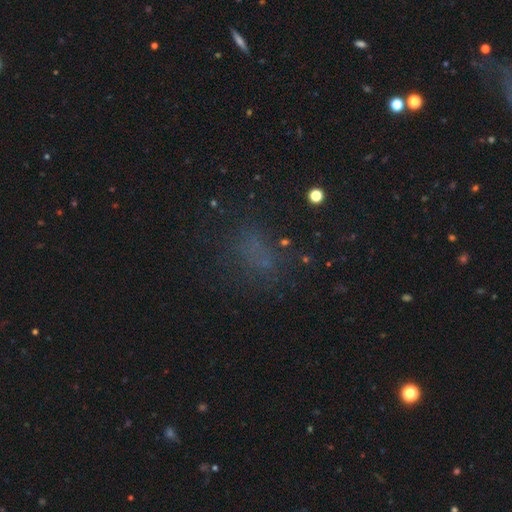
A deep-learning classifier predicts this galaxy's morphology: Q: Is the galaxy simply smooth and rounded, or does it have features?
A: smooth — 55%.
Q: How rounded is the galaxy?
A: in between — 68%.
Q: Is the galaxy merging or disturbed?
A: none — 68%.